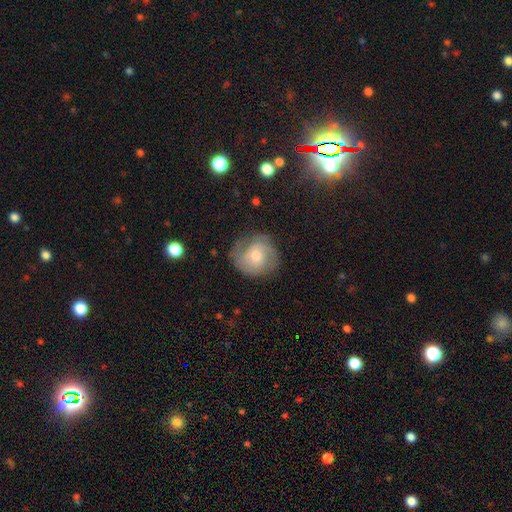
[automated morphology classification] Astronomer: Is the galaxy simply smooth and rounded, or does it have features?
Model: featured or disk — 50% (runner-up: smooth, 42%).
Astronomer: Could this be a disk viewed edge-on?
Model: no — 97%.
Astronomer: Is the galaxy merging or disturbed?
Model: none — 66%.